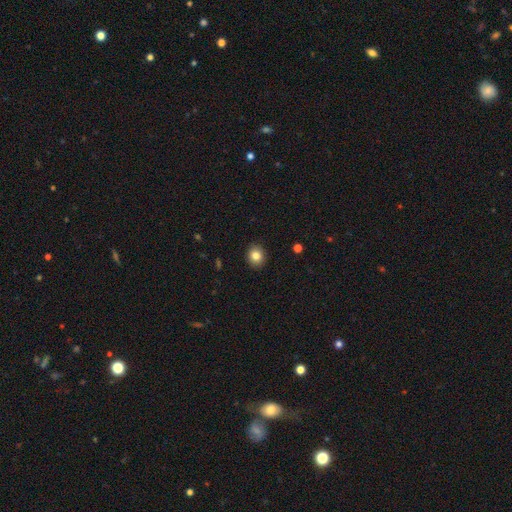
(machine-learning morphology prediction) smooth_or_featured: smooth (p=0.82) [alt: star or artifact p=0.10]
how_rounded: round (p=0.68) [alt: in between p=0.31]
merging: none (p=0.91) [alt: minor disturbance p=0.07]